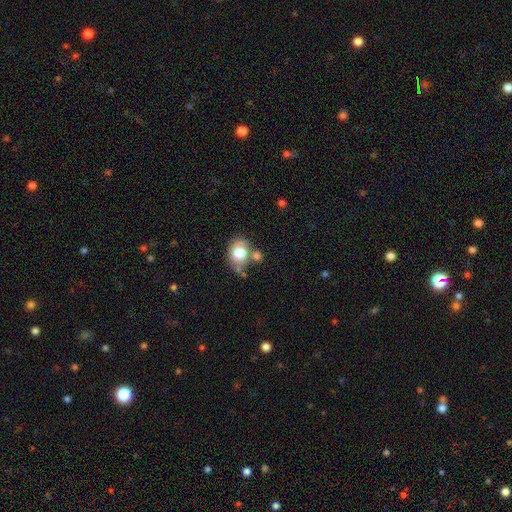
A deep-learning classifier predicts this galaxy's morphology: The model was most divided on "how rounded": round: 51%, in between: 48%, cigar-shaped: 1%. More confident: smooth or featured — smooth (70%); merging — none (55%).